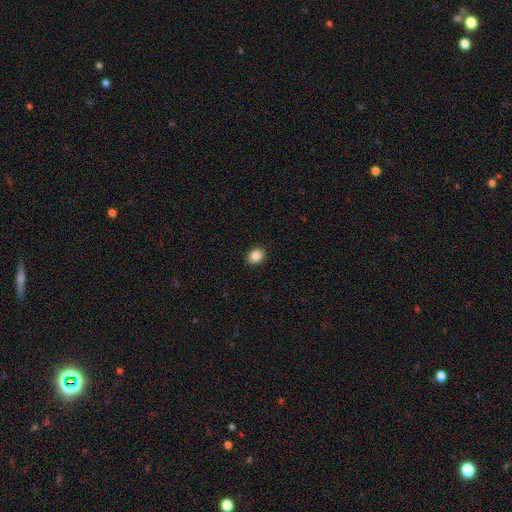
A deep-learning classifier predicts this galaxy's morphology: smooth 87%, star or artifact 9%, featured or disk 4%. Down the decision tree: how rounded — round (50%); merging — none (91%).